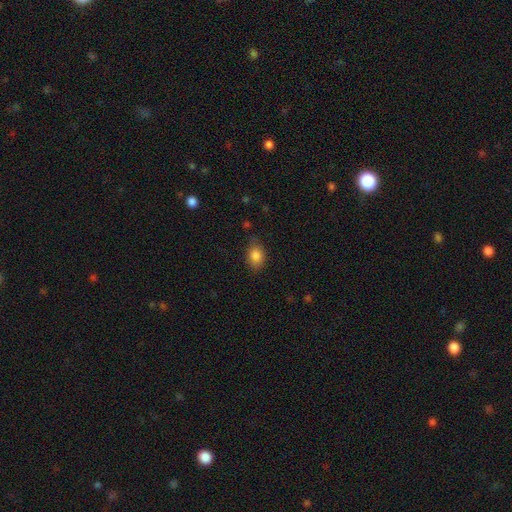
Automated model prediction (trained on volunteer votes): A smooth galaxy with no disk features (85%) that is in between round and cigar-shaped (72%). Merging: none (75%).